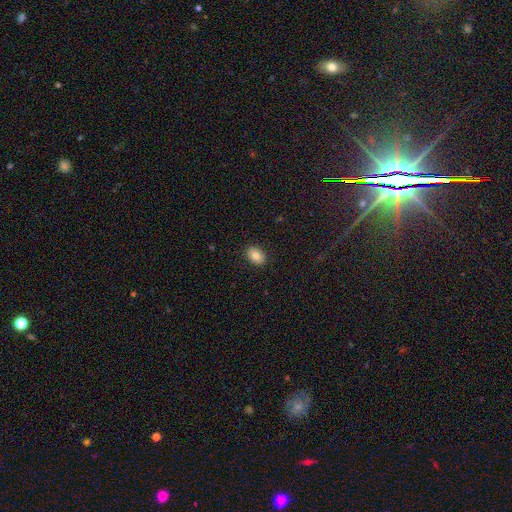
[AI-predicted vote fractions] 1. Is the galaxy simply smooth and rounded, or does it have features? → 80% smooth, 11% featured or disk, 9% star or artifact.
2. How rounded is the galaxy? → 82% in between, 17% round, 1% cigar-shaped.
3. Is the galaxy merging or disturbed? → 89% none, 8% minor disturbance, 2% major disturbance, 1% merger.